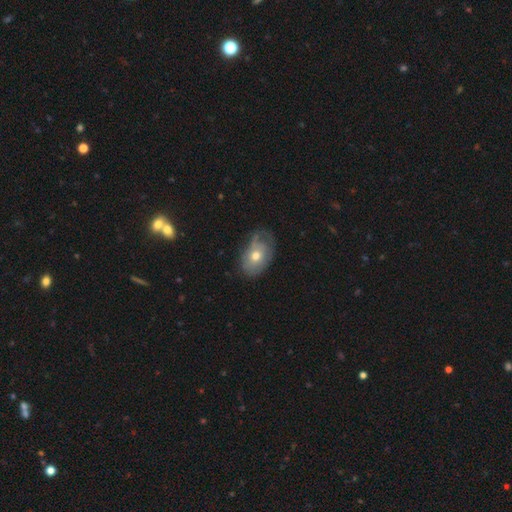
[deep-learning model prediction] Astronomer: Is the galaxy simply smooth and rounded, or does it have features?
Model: smooth — 53% (runner-up: featured or disk, 40%).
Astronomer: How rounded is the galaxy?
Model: in between — 82%.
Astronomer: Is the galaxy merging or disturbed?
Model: none — 45% (runner-up: minor disturbance, 36%).